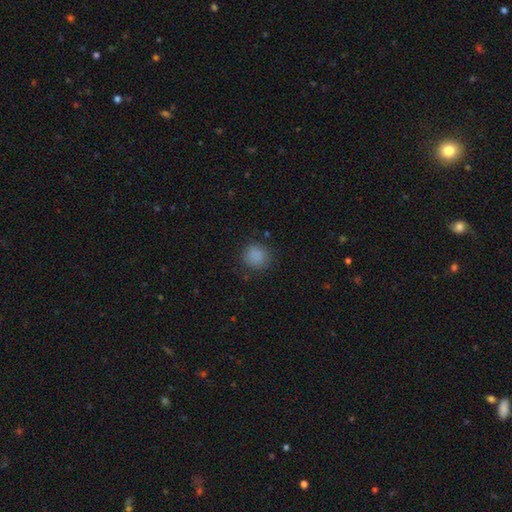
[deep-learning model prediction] smooth_or_featured: smooth (p=0.86) [alt: star or artifact p=0.11]
how_rounded: round (p=0.87) [alt: in between p=0.12]
merging: none (p=0.84) [alt: minor disturbance p=0.11]